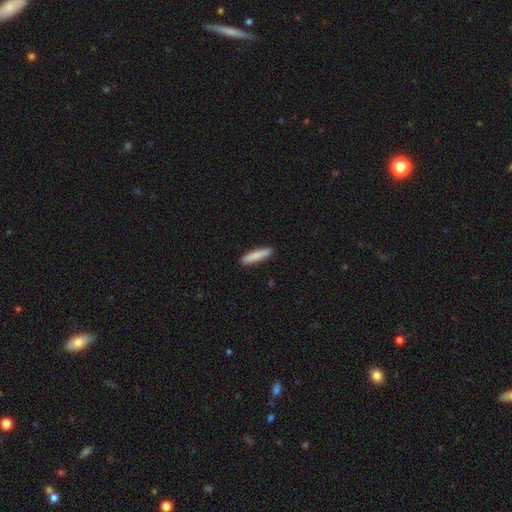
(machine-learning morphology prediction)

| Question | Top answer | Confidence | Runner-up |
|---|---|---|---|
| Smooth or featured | smooth | 87% | featured or disk (7%) |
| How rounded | cigar-shaped | 85% | in between (14%) |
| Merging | none | 90% | minor disturbance (7%) |